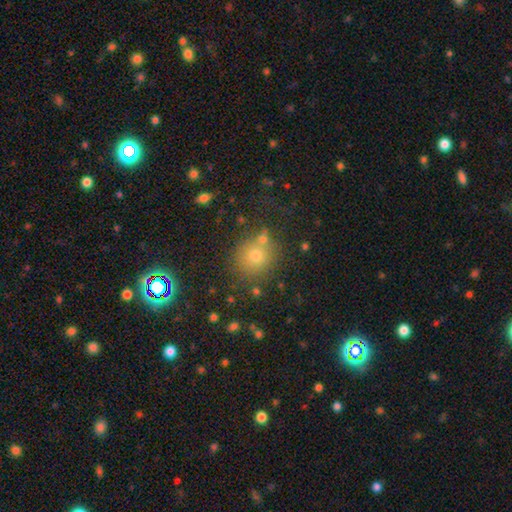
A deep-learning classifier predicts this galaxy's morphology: This is likely a smooth galaxy (68%). How rounded: clearly round (88%). Merging: likely none (75%).